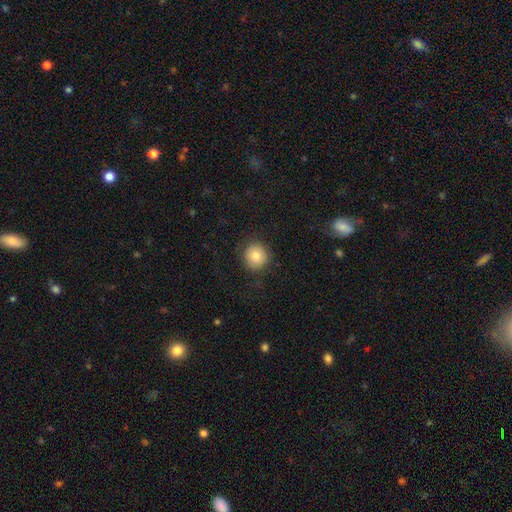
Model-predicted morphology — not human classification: This is clearly a smooth galaxy (82%). How rounded: clearly round (93%). Merging: clearly none (86%).